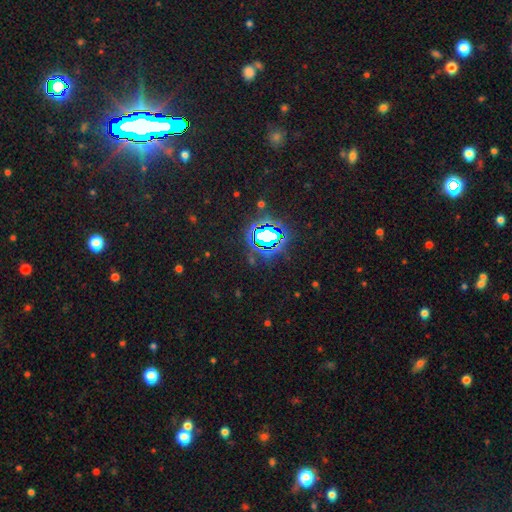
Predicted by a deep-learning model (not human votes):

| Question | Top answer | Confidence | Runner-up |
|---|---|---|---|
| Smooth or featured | star or artifact | 82% | smooth (10%) |